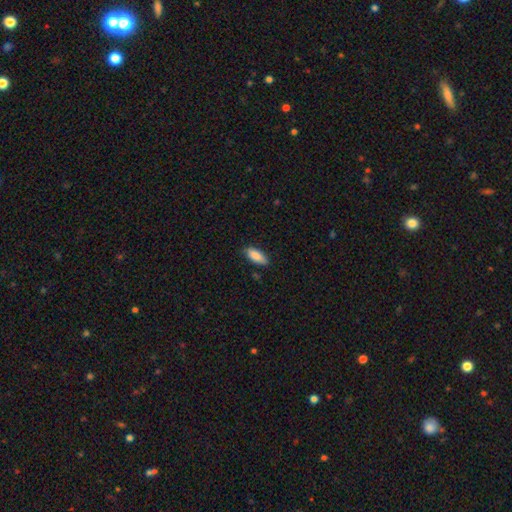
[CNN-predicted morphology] This is clearly a smooth galaxy (86%). How rounded: likely in between (79%). Merging: clearly none (82%).